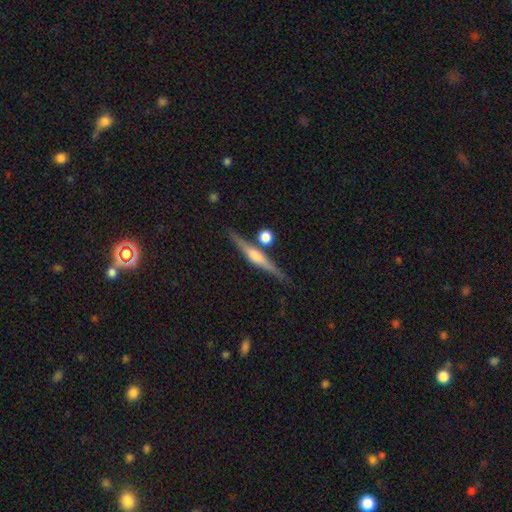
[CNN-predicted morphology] Q: Smooth or featured?
A: featured or disk (72%); runner-up: smooth (21%)
Q: Edge-on disk?
A: yes (97%); runner-up: no (3%)
Q: Edge-on bulge?
A: rounded (73%); runner-up: boxy (16%)
Q: Merging?
A: none (81%); runner-up: minor disturbance (10%)